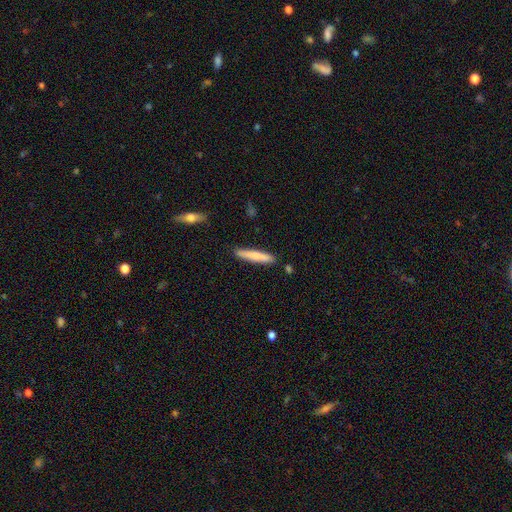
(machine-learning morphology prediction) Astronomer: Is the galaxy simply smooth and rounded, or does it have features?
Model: smooth — 74%.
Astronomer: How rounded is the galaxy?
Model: cigar-shaped — 92%.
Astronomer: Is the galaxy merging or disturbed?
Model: none — 87%.